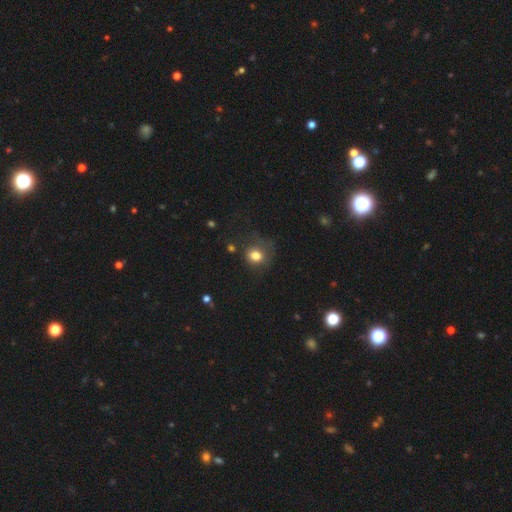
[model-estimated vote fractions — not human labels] A smooth galaxy with no disk features (78%) that is round (75%).

Vote fractions:
- Smooth or featured? smooth: 78% / star or artifact: 13% / featured or disk: 9%
- How rounded? round: 75% / in between: 24% / cigar-shaped: 1%
- Merging? none: 57% / minor disturbance: 23% / major disturbance: 17% / merger: 3%